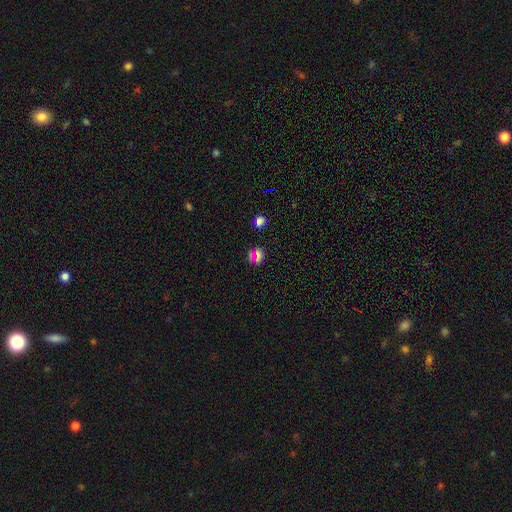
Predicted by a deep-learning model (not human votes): Smooth or featured? Predicted: smooth (p=0.54). How rounded? Predicted: round (p=0.75). Merging? Predicted: none (p=0.73).